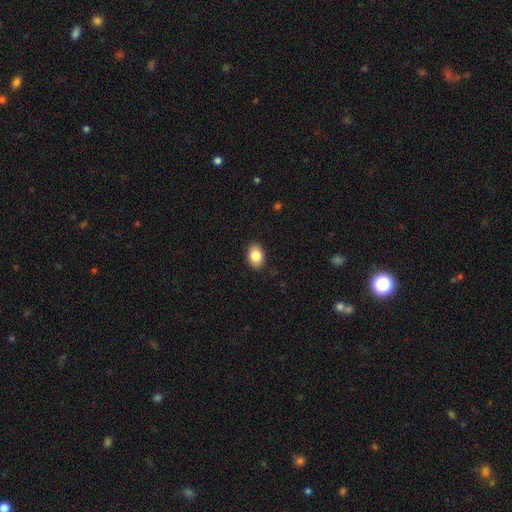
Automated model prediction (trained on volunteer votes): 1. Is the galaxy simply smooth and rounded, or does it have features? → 85% smooth, 8% star or artifact, 7% featured or disk.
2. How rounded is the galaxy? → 79% in between, 20% round, 1% cigar-shaped.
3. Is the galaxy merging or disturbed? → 88% none, 9% minor disturbance, 2% major disturbance, 1% merger.